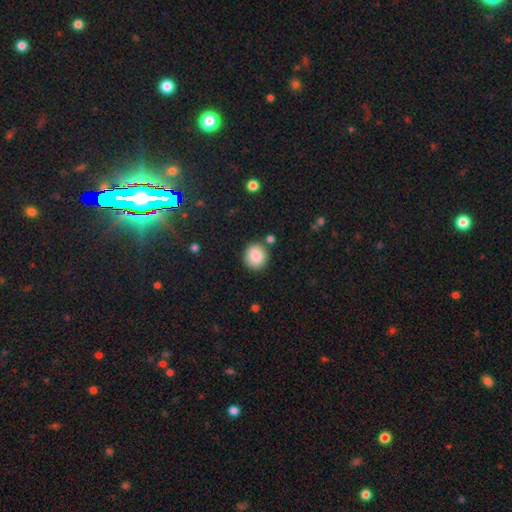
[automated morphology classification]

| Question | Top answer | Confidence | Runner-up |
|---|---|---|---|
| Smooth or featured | smooth | 84% | star or artifact (8%) |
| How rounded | round | 79% | in between (20%) |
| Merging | none | 81% | minor disturbance (10%) |